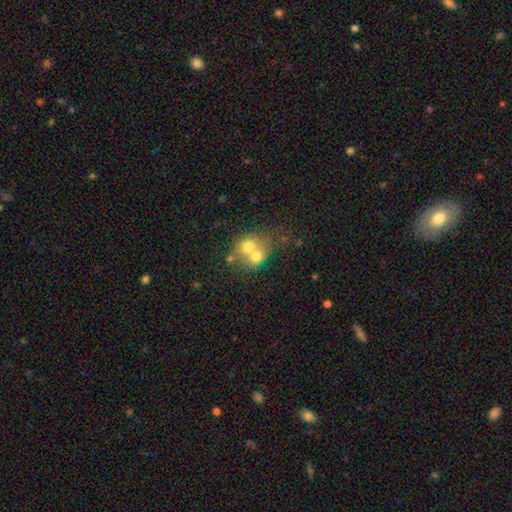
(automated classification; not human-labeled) Smooth or featured? Predicted: smooth (p=0.62). How rounded? Predicted: round (p=0.71). Merging? Predicted: merger (p=0.65).